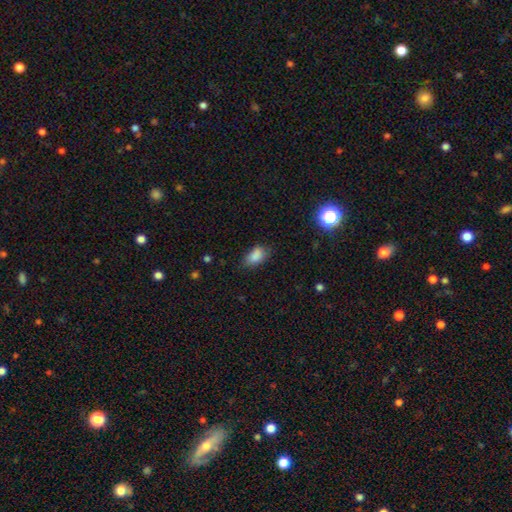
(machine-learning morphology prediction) smooth 85%, star or artifact 10%, featured or disk 5%. Down the decision tree: how rounded — in between (90%); merging — none (69%).